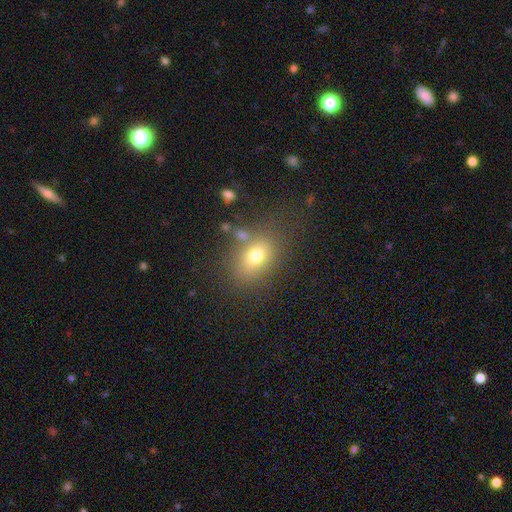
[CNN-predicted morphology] smooth_or_featured: smooth (p=0.72) [alt: featured or disk p=0.14]
how_rounded: in between (p=0.71) [alt: round p=0.27]
merging: none (p=0.68) [alt: minor disturbance p=0.15]